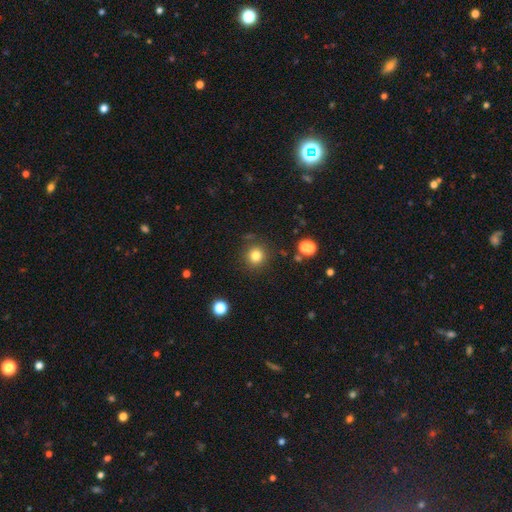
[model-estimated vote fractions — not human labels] Overall: smooth (81%). How rounded: round (94%). Merging: none (87%).